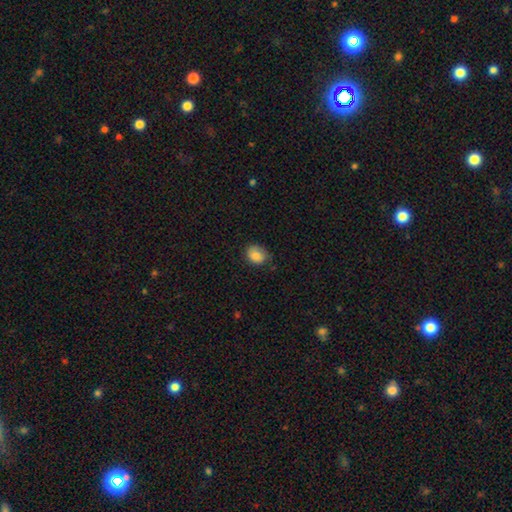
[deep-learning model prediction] This appears to be a smooth galaxy with no disk features (85%) that is in between round and cigar-shaped (55%). Merging: none (65%).